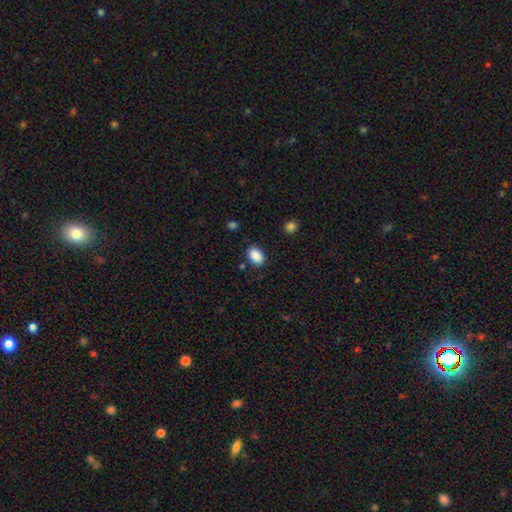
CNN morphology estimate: Smooth or featured: smooth — 88% (star or artifact — 8%)
How rounded: in between — 84% (round — 15%)
Merging: none — 83% (minor disturbance — 12%)